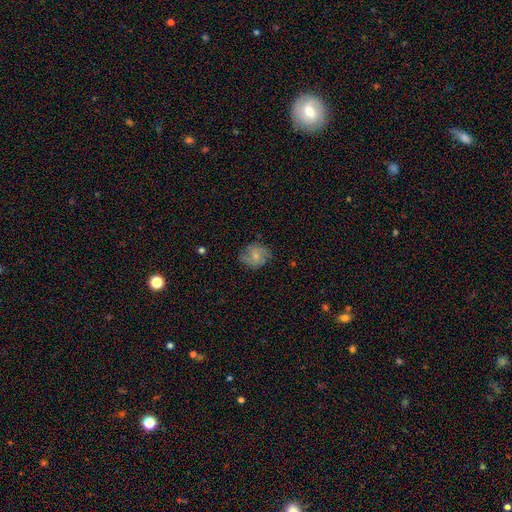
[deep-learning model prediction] Morphology: type=smooth (57%); roundness=round (69%); merging=none (71%).